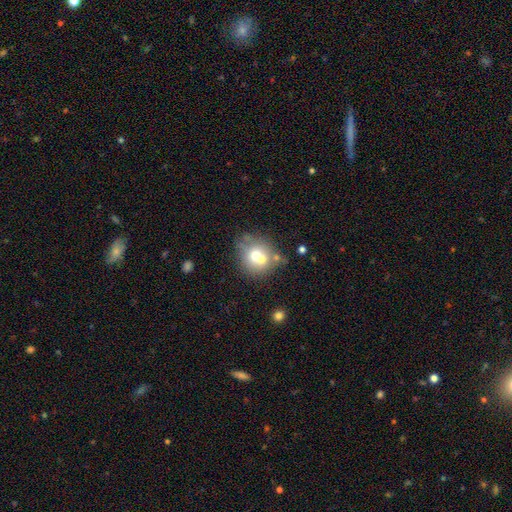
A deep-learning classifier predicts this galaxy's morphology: Q: Smooth or featured?
A: smooth (63%); runner-up: featured or disk (26%)
Q: How rounded?
A: round (80%); runner-up: in between (20%)
Q: Merging?
A: none (44%); runner-up: merger (40%)